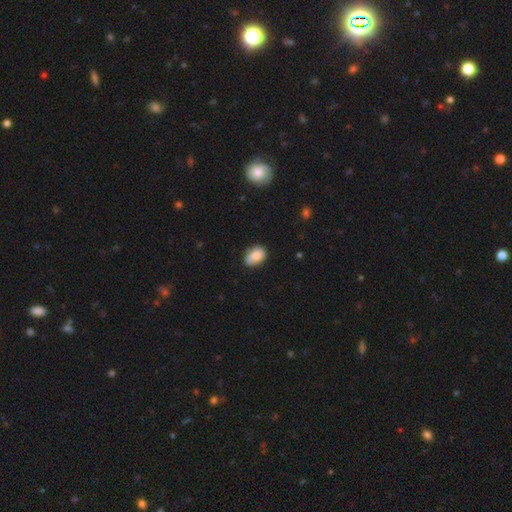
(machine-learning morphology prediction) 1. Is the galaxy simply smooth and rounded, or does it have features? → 76% smooth, 16% featured or disk, 8% star or artifact.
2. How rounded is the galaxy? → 81% in between, 17% round, 1% cigar-shaped.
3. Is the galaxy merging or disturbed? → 75% none, 20% minor disturbance, 3% major disturbance, 1% merger.